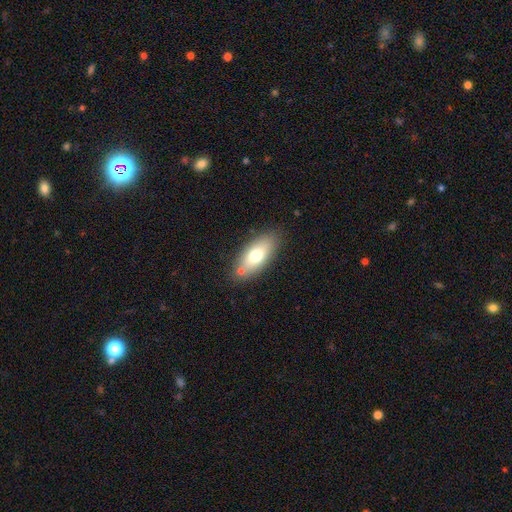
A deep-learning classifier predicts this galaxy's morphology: Smooth or featured? smooth (70%)
How rounded? in between (84%)
Merging? none (76%)